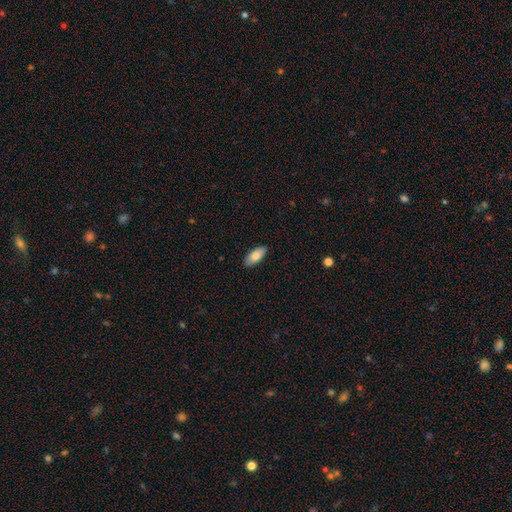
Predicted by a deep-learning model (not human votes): Smooth or featured: smooth — 81% (featured or disk — 13%)
How rounded: in between — 86% (cigar-shaped — 12%)
Merging: none — 87% (minor disturbance — 10%)